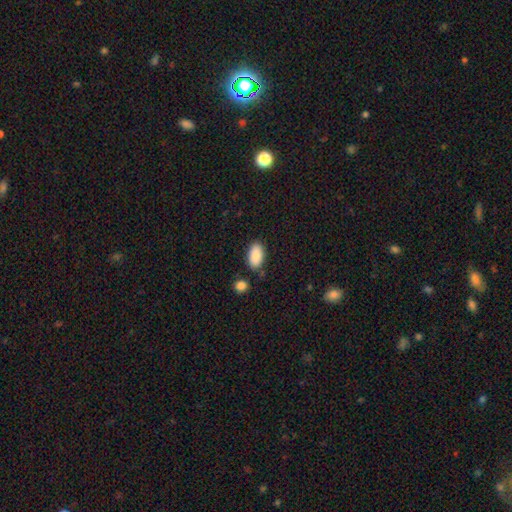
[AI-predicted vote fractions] This is clearly a smooth galaxy (89%). How rounded: clearly in between (94%). Merging: clearly none (80%).